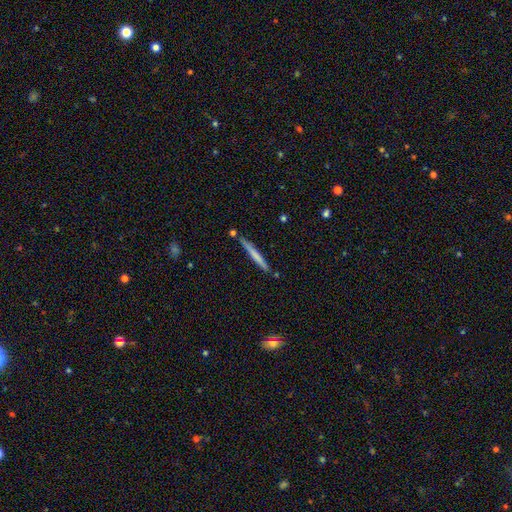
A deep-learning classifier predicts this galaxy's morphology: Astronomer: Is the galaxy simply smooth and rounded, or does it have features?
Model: smooth — 62%.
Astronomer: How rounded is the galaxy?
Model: cigar-shaped — 97%.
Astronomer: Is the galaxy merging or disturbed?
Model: none — 82%.